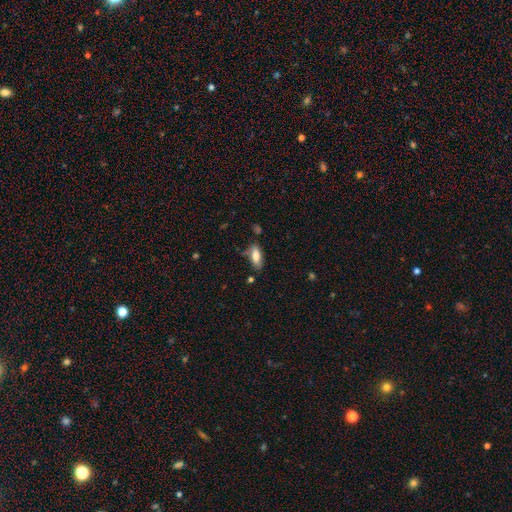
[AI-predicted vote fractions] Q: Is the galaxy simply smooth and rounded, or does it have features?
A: smooth — 77%.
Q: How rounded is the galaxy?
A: in between — 79%.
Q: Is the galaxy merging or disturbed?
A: none — 62%.